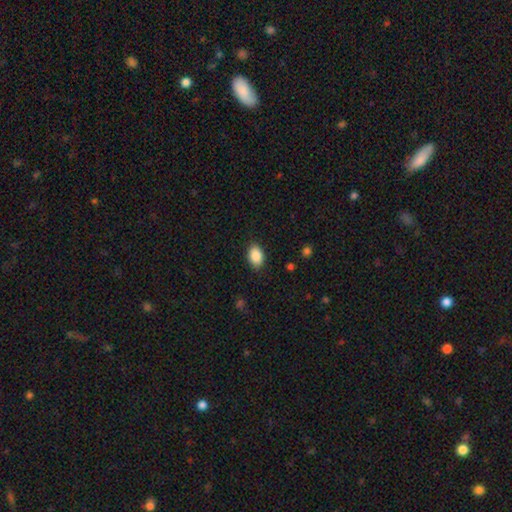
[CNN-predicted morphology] A smooth galaxy with no disk features (88%) that is in between round and cigar-shaped (87%). Merging: none (86%).